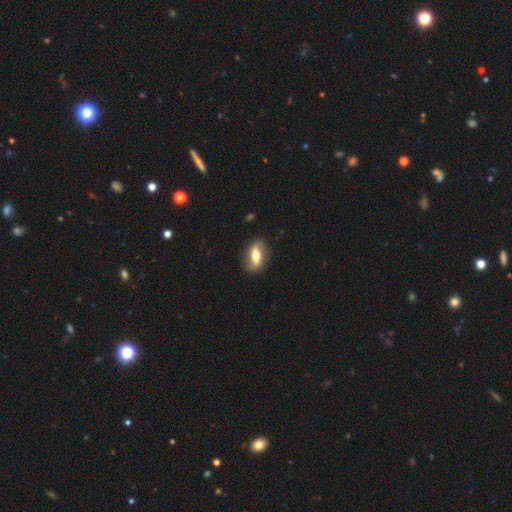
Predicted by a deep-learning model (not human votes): A featured or disk galaxy (48%).

Vote fractions:
- Smooth or featured? featured or disk: 48% / smooth: 45% / star or artifact: 7%
- Merging? none: 82% / minor disturbance: 13% / major disturbance: 4% / merger: 1%